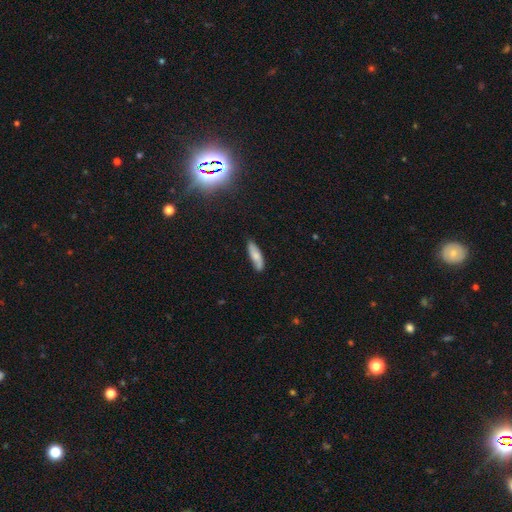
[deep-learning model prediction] Smooth or featured? Predicted: smooth (p=0.71). How rounded? Predicted: cigar-shaped (p=0.56). Merging? Predicted: none (p=0.76).